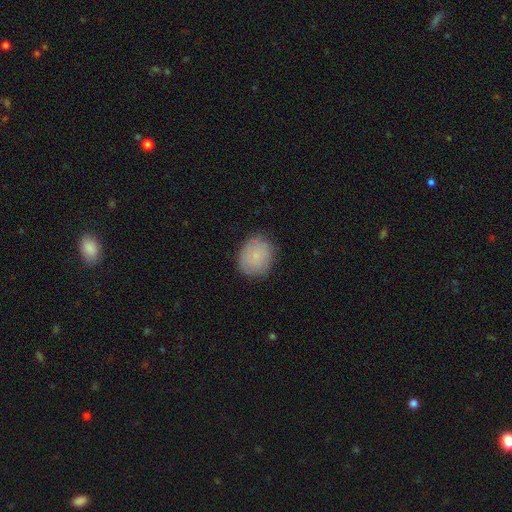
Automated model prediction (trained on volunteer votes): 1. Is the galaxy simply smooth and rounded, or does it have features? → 74% smooth, 18% featured or disk, 8% star or artifact.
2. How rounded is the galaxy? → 66% round, 33% in between, 1% cigar-shaped.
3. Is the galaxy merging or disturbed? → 79% none, 16% minor disturbance, 4% major disturbance, 1% merger.